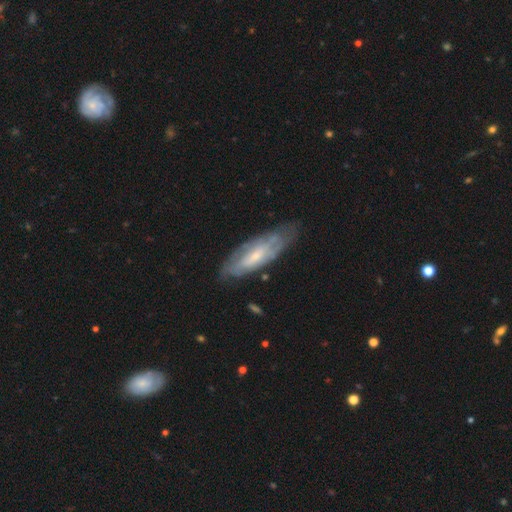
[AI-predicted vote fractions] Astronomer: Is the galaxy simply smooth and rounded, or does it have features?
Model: featured or disk — 64%.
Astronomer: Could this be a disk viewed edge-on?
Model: no — 77%.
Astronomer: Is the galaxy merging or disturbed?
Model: none — 68%.